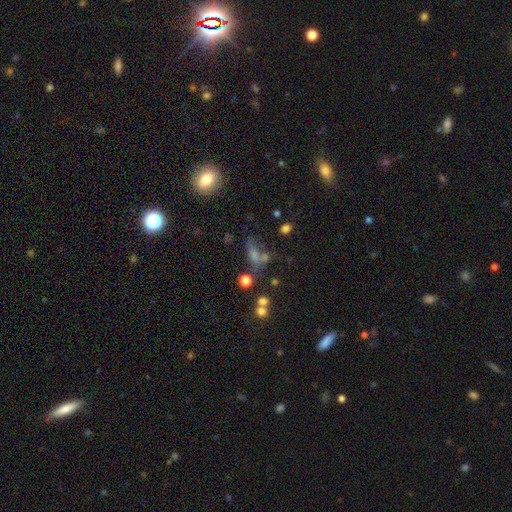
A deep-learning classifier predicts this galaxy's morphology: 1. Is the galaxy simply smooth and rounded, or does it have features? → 60% smooth, 22% star or artifact, 18% featured or disk.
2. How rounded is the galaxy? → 61% in between, 21% round, 18% cigar-shaped.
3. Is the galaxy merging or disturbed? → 39% none, 25% merger, 18% major disturbance, 17% minor disturbance.